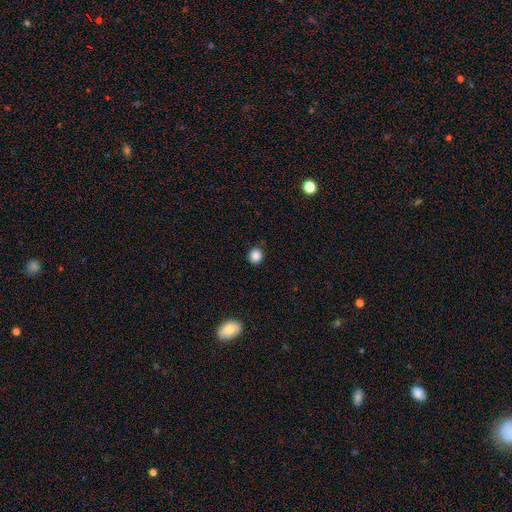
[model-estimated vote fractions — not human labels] Morphology: type=smooth (86%); roundness=round (83%); merging=none (88%).